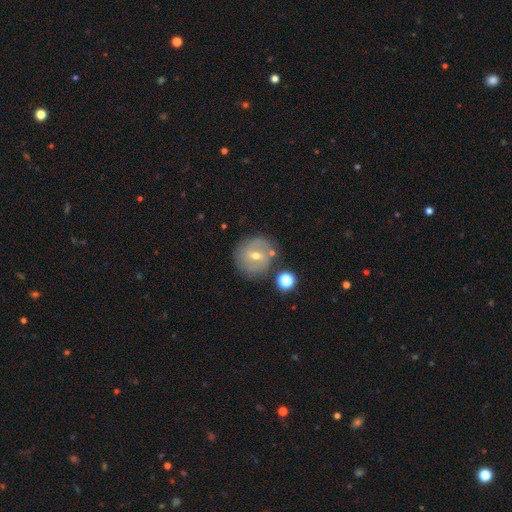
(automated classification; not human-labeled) This is possibly a featured or disk galaxy (50%). It is clearly not viewed edge-on (95%). Merging: likely none (75%).